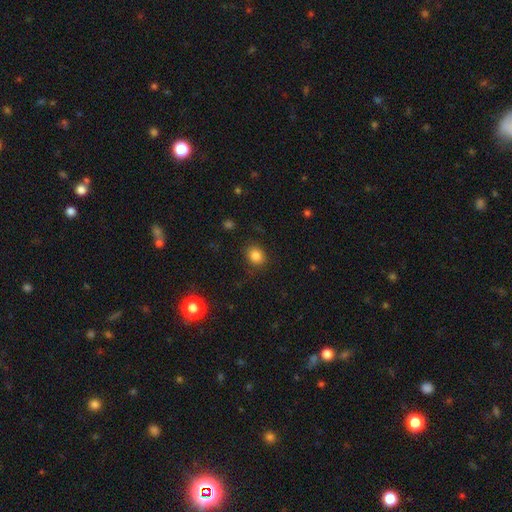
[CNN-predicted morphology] smooth 83%, star or artifact 12%, featured or disk 6%. Down the decision tree: how rounded — round (62%); merging — none (84%).